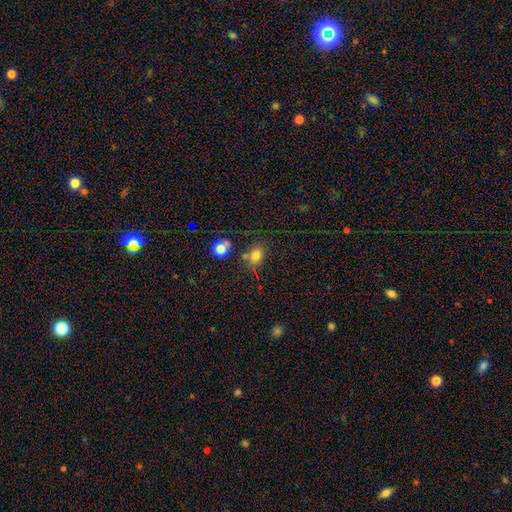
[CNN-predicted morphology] smooth_or_featured: smooth (p=0.78) [alt: star or artifact p=0.13]
how_rounded: in between (p=0.62) [alt: round p=0.37]
merging: none (p=0.66) [alt: minor disturbance p=0.16]